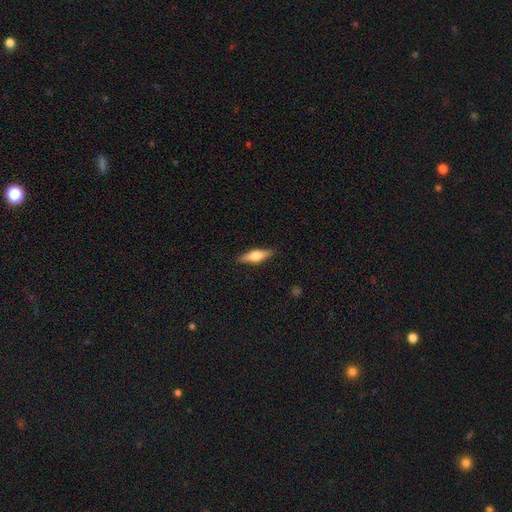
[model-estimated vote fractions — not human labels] The model was most divided on "smooth or featured": smooth: 50%, featured or disk: 44%, star or artifact: 6%. More confident: merging — none (89%).